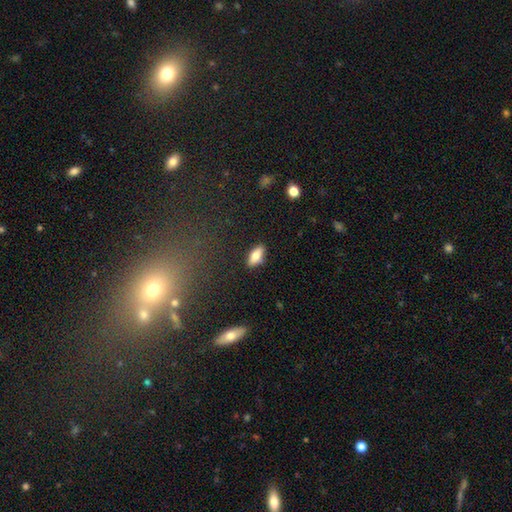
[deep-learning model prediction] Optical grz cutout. It shows a smooth galaxy with no disk features (76%) that is in between round and cigar-shaped (84%). Merging: none (86%).